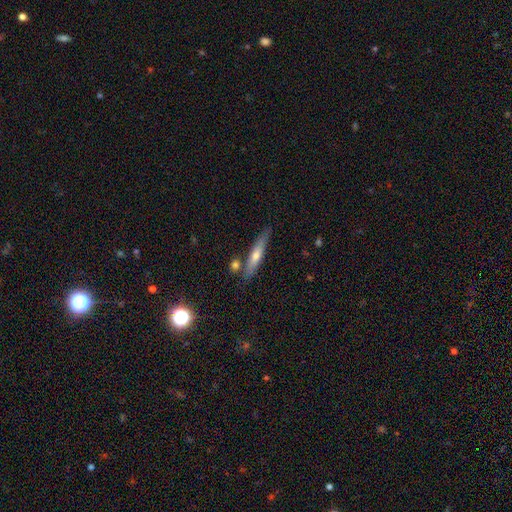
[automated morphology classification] smooth_or_featured: featured or disk (p=0.54) [alt: smooth p=0.38]
disk_edge_on: yes (p=0.93) [alt: no p=0.07]
edge_on_bulge: rounded (p=0.80) [alt: none p=0.16]
merging: none (p=0.81) [alt: minor disturbance p=0.11]